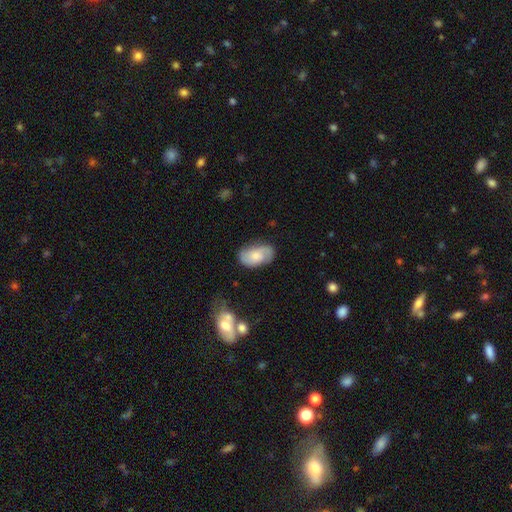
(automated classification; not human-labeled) Smooth or featured?
  - featured or disk: 48% *
  - smooth: 45%
  - star or artifact: 7%
Merging?
  - none: 68% *
  - minor disturbance: 23%
  - major disturbance: 7%
  - merger: 2%